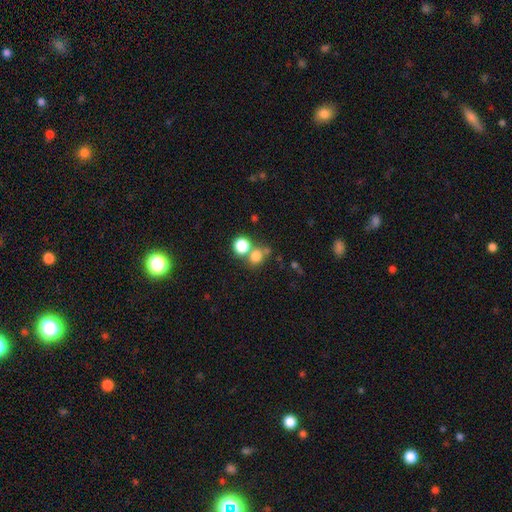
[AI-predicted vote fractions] smooth_or_featured: smooth (p=0.77) [alt: star or artifact p=0.15]
how_rounded: round (p=0.80) [alt: in between p=0.19]
merging: none (p=0.52) [alt: merger p=0.36]